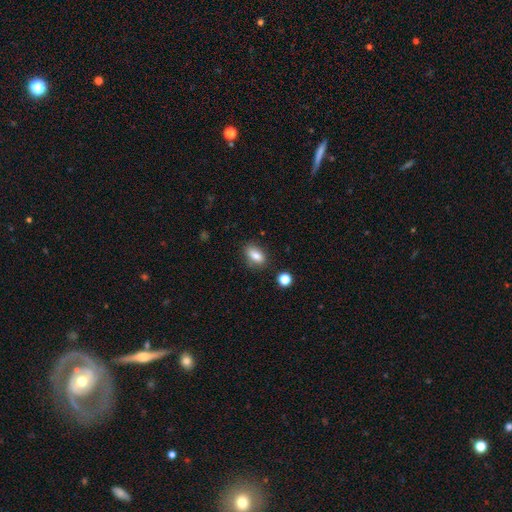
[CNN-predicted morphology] smooth 82%, featured or disk 9%, star or artifact 9%. Down the decision tree: how rounded — in between (84%); merging — none (79%).